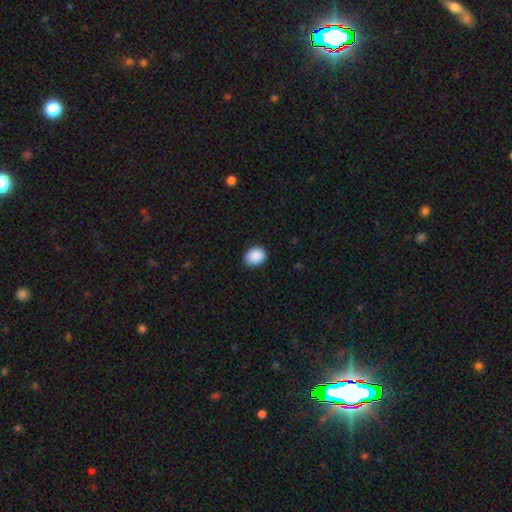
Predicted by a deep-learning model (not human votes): A smooth galaxy with no disk features (90%) that is round (56%).

Vote fractions:
- Smooth or featured? smooth: 90% / star or artifact: 8% / featured or disk: 3%
- How rounded? round: 56% / in between: 43% / cigar-shaped: 1%
- Merging? none: 85% / minor disturbance: 12% / major disturbance: 2% / merger: 1%